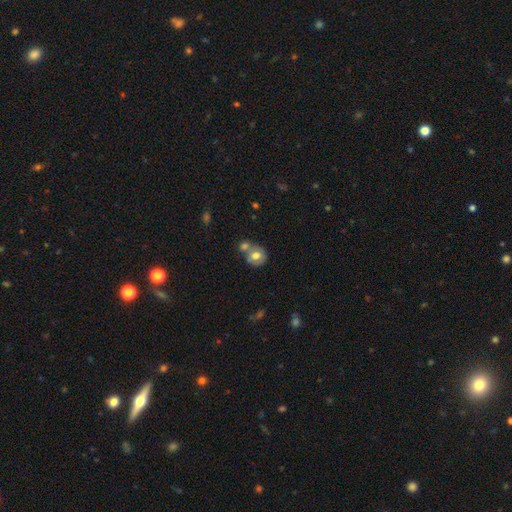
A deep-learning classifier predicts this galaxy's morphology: Smooth or featured?
  - smooth: 66% *
  - featured or disk: 26%
  - star or artifact: 9%
How rounded?
  - round: 68% *
  - in between: 31%
  - cigar-shaped: 1%
Merging?
  - merger: 46% *
  - none: 38%
  - minor disturbance: 12%
  - major disturbance: 4%